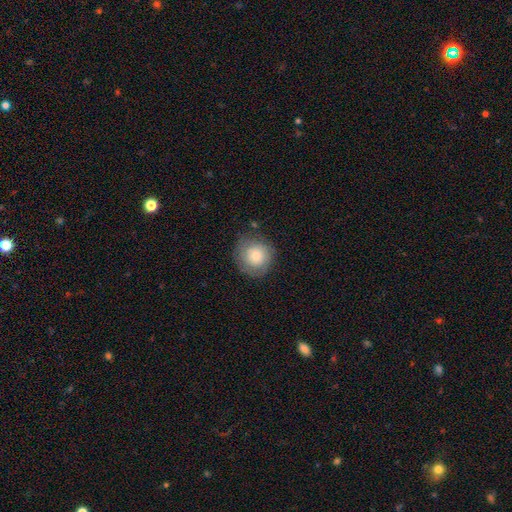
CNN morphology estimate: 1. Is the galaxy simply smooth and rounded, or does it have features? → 74% smooth, 19% featured or disk, 8% star or artifact.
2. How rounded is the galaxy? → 91% round, 8% in between, 1% cigar-shaped.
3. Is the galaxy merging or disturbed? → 76% none, 17% minor disturbance, 5% major disturbance, 2% merger.